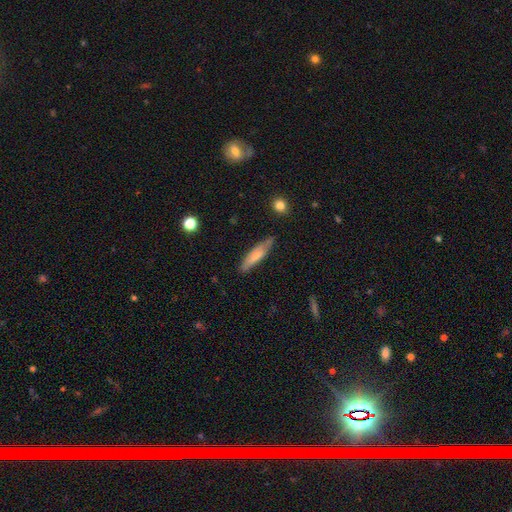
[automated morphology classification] Smooth or featured?
  - smooth: 65% *
  - featured or disk: 29%
  - star or artifact: 6%
How rounded?
  - cigar-shaped: 78% *
  - in between: 21%
  - round: 2%
Merging?
  - none: 75% *
  - minor disturbance: 19%
  - major disturbance: 4%
  - merger: 2%